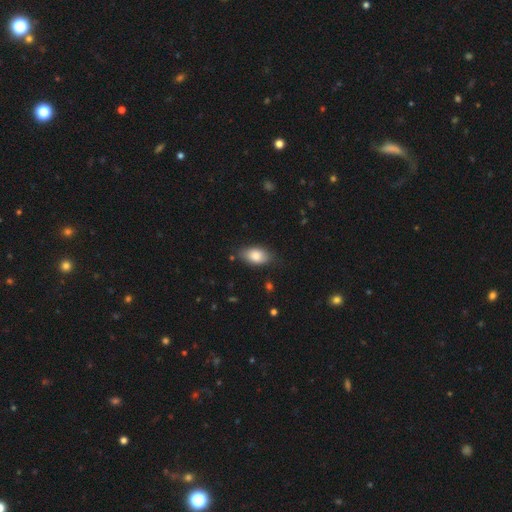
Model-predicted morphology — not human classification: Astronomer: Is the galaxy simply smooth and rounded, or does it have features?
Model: smooth — 83%.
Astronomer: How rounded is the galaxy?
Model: in between — 92%.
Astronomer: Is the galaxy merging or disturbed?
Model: none — 78%.